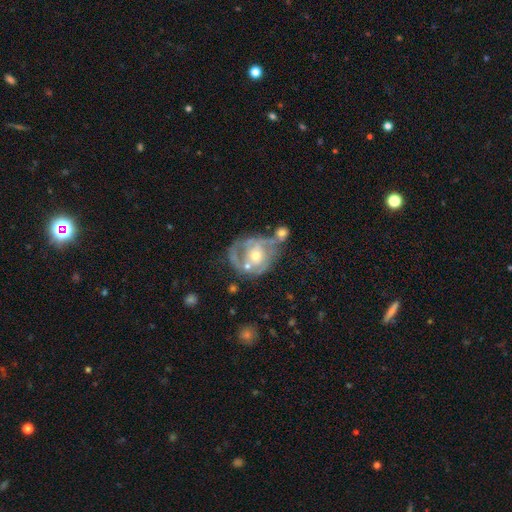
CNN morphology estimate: This is likely a featured or disk galaxy (76%). It is clearly not viewed edge-on (97%). Bar: likely no (74%). Spiral arm pattern: likely yes (72%). Spiral arm count: marginally 2 (38%). Spiral winding: possibly tight (50%). Central bulge: likely moderate (63%). Merging: marginally none (36%).